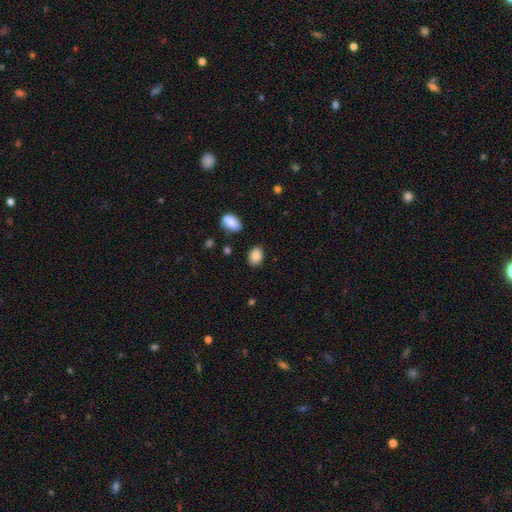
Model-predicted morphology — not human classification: Smooth or featured?
  - smooth: 88% *
  - star or artifact: 8%
  - featured or disk: 4%
How rounded?
  - in between: 77% *
  - round: 22%
  - cigar-shaped: 1%
Merging?
  - none: 83% *
  - minor disturbance: 12%
  - major disturbance: 3%
  - merger: 2%